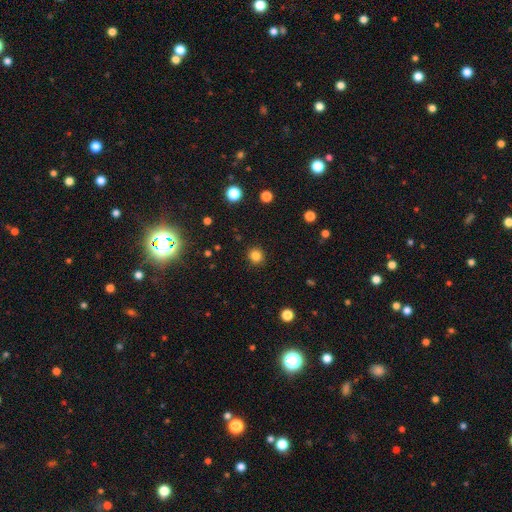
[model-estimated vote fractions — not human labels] smooth 83%, star or artifact 13%, featured or disk 4%. Down the decision tree: how rounded — round (91%); merging — none (92%).